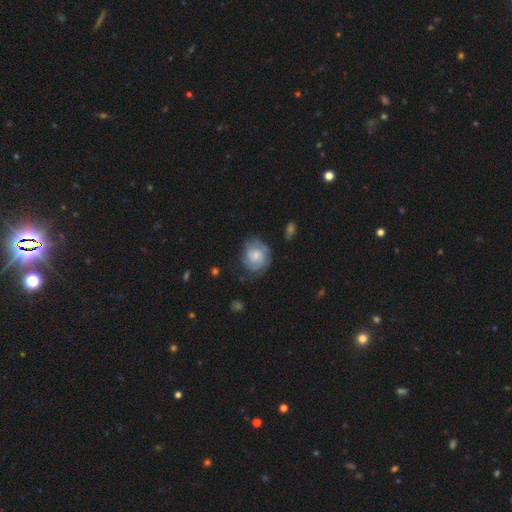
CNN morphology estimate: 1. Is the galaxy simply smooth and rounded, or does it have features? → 51% featured or disk, 42% smooth, 7% star or artifact.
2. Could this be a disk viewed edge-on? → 97% no, 3% yes.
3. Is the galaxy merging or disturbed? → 64% none, 23% minor disturbance, 11% major disturbance, 2% merger.